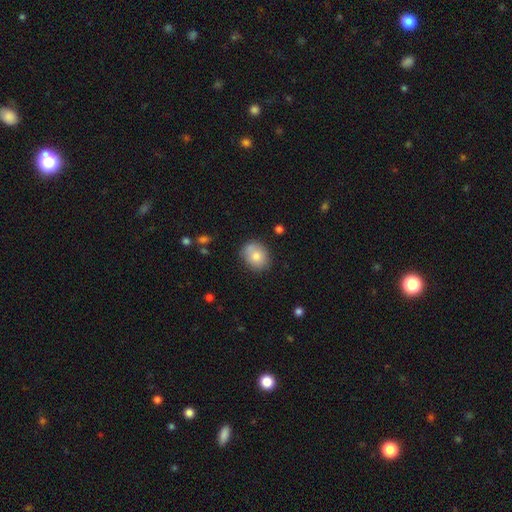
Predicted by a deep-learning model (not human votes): Q: Smooth or featured?
A: smooth (79%); runner-up: featured or disk (13%)
Q: How rounded?
A: round (55%); runner-up: in between (44%)
Q: Merging?
A: none (75%); runner-up: minor disturbance (17%)